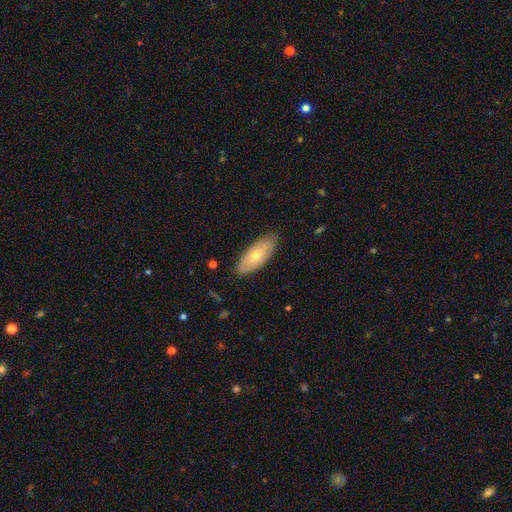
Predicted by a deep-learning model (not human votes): A smooth galaxy with no disk features (60%) that is in between round and cigar-shaped (82%).

Vote fractions:
- Smooth or featured? smooth: 60% / featured or disk: 34% / star or artifact: 6%
- How rounded? in between: 82% / cigar-shaped: 15% / round: 3%
- Merging? none: 86% / minor disturbance: 11% / major disturbance: 2% / merger: 1%